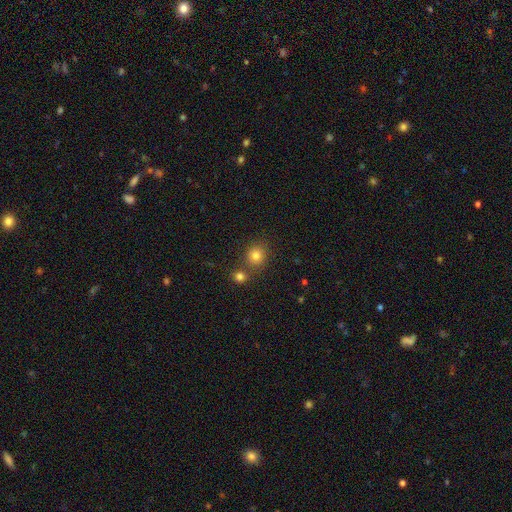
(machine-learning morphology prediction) The model was most divided on "merging": none: 69%, merger: 19%, minor disturbance: 8%, major disturbance: 3%. More confident: how rounded — round (83%); smooth or featured — smooth (79%).